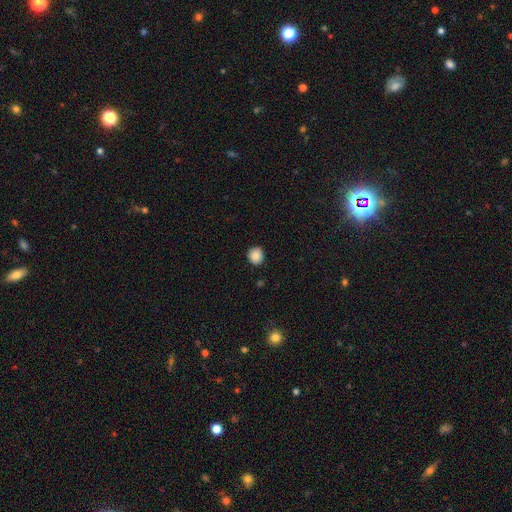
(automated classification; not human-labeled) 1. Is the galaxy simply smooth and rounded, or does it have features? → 86% smooth, 9% star or artifact, 5% featured or disk.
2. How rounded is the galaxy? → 85% round, 14% in between, 1% cigar-shaped.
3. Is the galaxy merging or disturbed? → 89% none, 8% minor disturbance, 2% major disturbance, 1% merger.